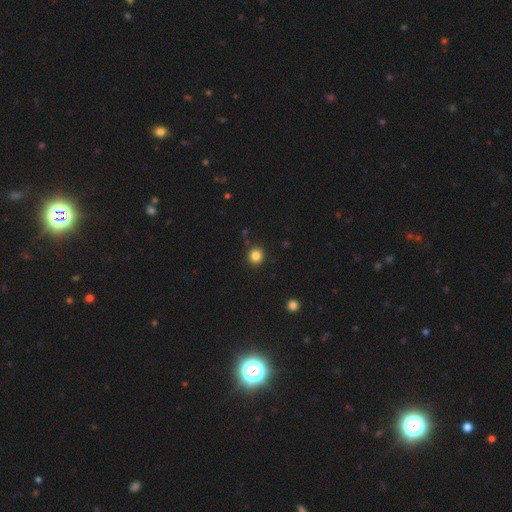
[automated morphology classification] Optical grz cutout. It shows a smooth galaxy with no disk features (84%) that is round (94%). Merging: none (89%).